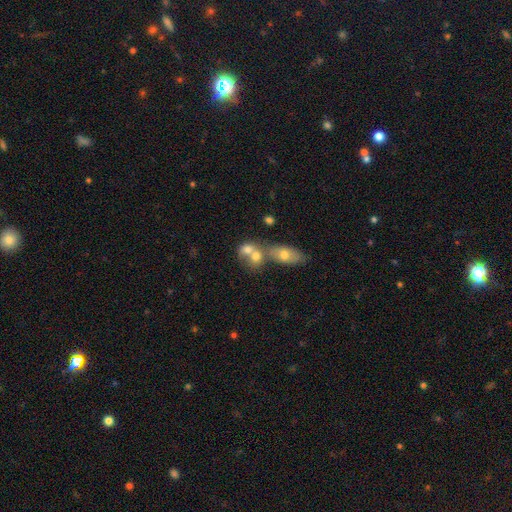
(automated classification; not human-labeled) A smooth galaxy with no disk features (69%) that is round (50%). Merging: merger (66%).